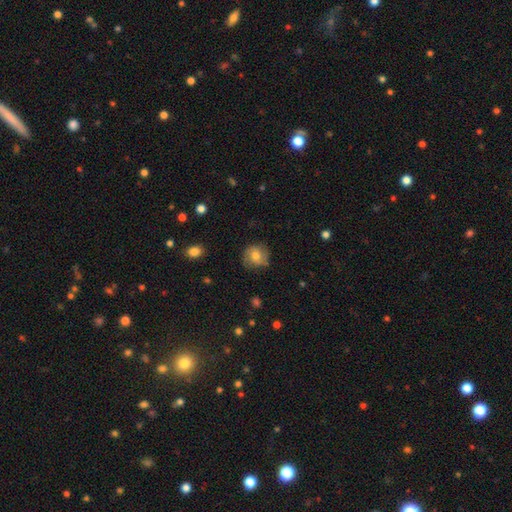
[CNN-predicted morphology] A smooth galaxy with no disk features (57%) that is round (86%).

Vote fractions:
- Smooth or featured? smooth: 57% / featured or disk: 34% / star or artifact: 9%
- How rounded? round: 86% / in between: 13% / cigar-shaped: 1%
- Merging? none: 78% / minor disturbance: 16% / major disturbance: 5% / merger: 1%